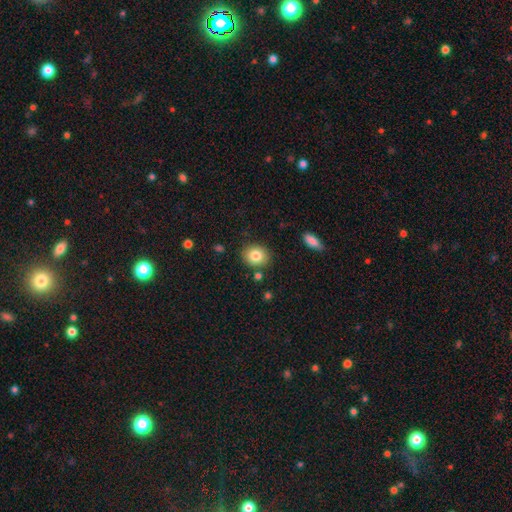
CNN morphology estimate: Overall: smooth (82%). How rounded: round (67%; in between 32%). Merging: none (84%).